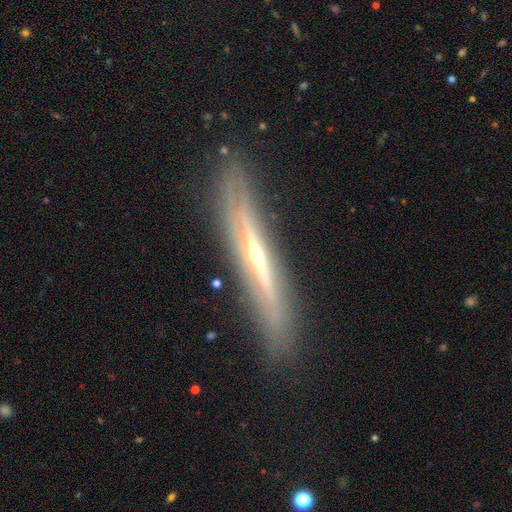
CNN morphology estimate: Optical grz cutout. It shows a featured or disk galaxy (78%) viewed edge-on (90%) with a rounded central bulge (71%). Merging: none (85%).